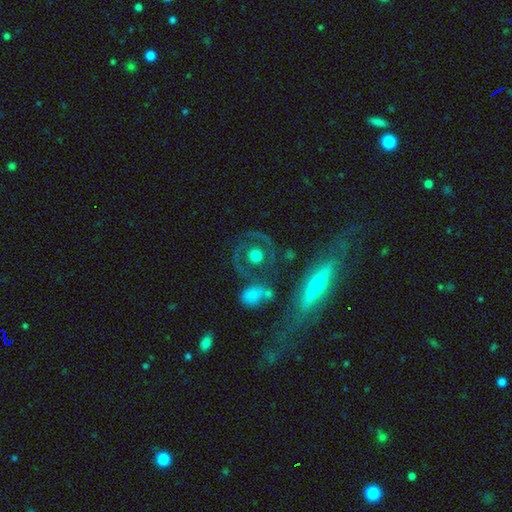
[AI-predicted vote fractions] Morphology: type=featured or disk (55%); edge-on=no (89%); merging=none (73%).